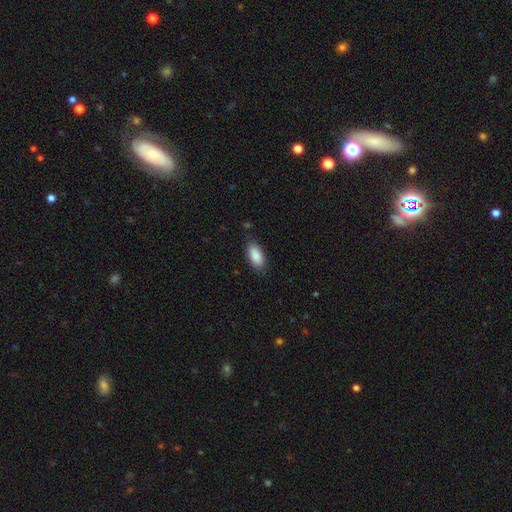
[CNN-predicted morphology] smooth_or_featured: smooth (p=0.88) [alt: star or artifact p=0.06]
how_rounded: in between (p=0.90) [alt: cigar-shaped p=0.08]
merging: none (p=0.82) [alt: minor disturbance p=0.14]